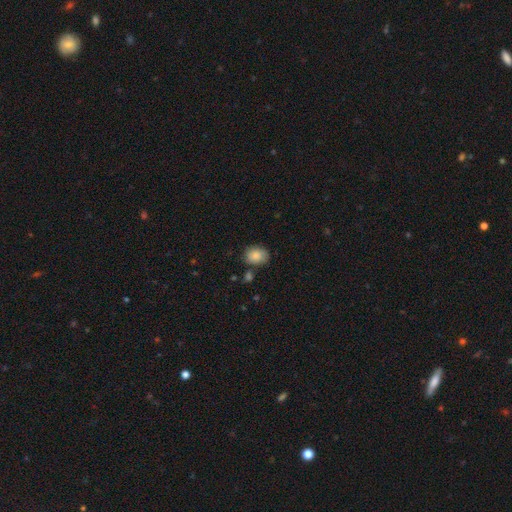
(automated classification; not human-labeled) This is clearly a smooth galaxy (84%). How rounded: possibly in between (56%). Merging: likely none (73%).